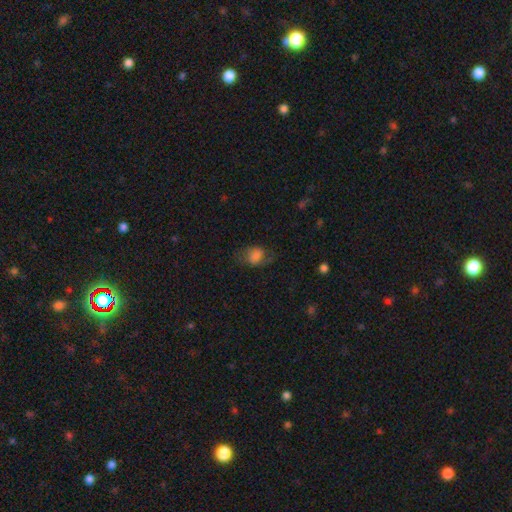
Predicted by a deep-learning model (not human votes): A smooth galaxy with no disk features (71%) that is in between round and cigar-shaped (66%). Merging: none (53%).